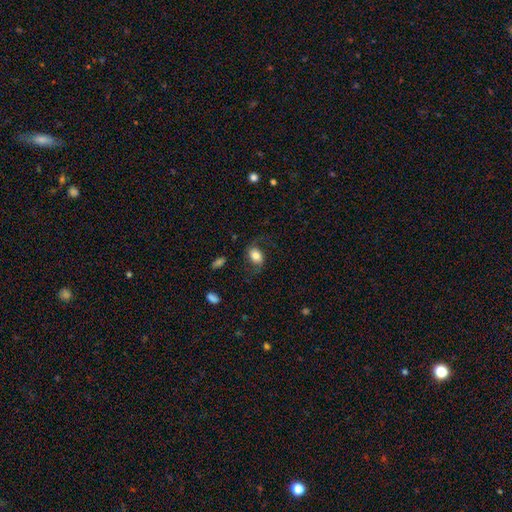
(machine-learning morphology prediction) A smooth galaxy with no disk features (64%) that is in between round and cigar-shaped (75%).

Vote fractions:
- Smooth or featured? smooth: 64% / featured or disk: 28% / star or artifact: 8%
- How rounded? in between: 75% / round: 23% / cigar-shaped: 2%
- Merging? none: 67% / minor disturbance: 18% / major disturbance: 13% / merger: 2%